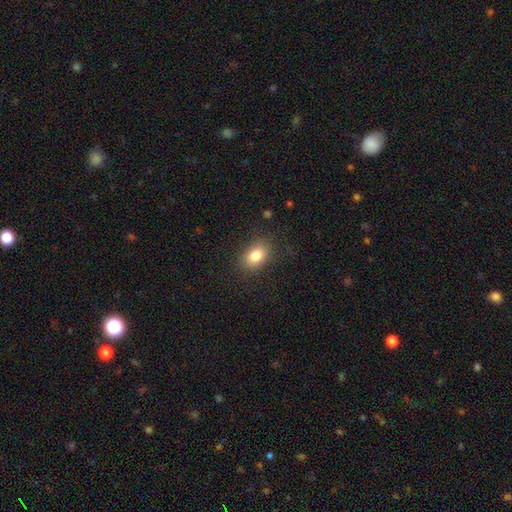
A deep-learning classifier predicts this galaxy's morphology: Smooth or featured: smooth — 81% (star or artifact — 10%)
How rounded: in between — 73% (round — 26%)
Merging: none — 84% (minor disturbance — 11%)